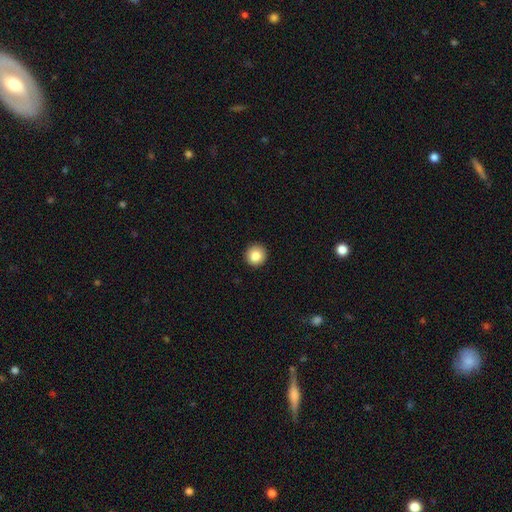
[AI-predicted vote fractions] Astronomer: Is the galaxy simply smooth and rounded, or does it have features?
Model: smooth — 84%.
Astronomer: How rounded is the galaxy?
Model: round — 96%.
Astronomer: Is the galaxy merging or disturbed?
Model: none — 93%.